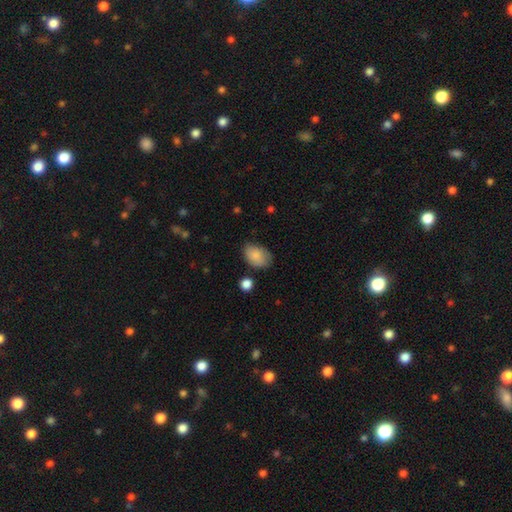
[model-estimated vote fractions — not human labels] A smooth galaxy with no disk features (85%) that is in between round and cigar-shaped (85%). Merging: none (68%).